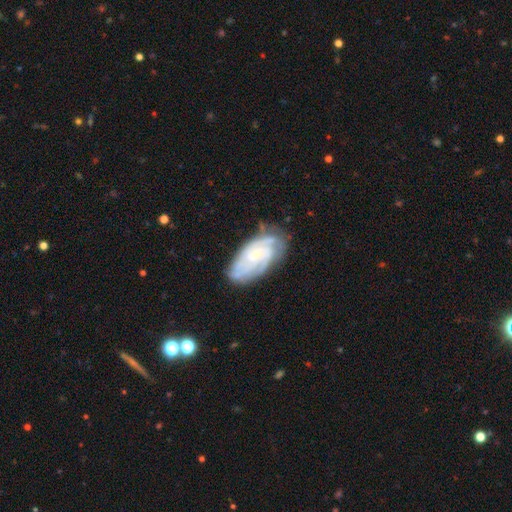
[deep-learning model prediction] Smooth or featured?
  - featured or disk: 80% *
  - smooth: 14%
  - star or artifact: 6%
Edge-on disk?
  - no: 95% *
  - yes: 5%
Bar?
  - no: 65% *
  - weak: 29%
  - strong: 6%
Spiral arms?
  - yes: 95% *
  - no: 5%
Spiral winding?
  - tight: 63% *
  - medium: 31%
  - loose: 7%
Spiral arm count?
  - can't tell: 32% *
  - 3: 25%
  - 4: 19%
  - 2: 14%
  - more than 4: 5%
  - 1: 5%
Bulge size?
  - small: 71% *
  - moderate: 19%
  - none: 8%
  - large: 1%
  - dominant: 1%
Merging?
  - none: 71% *
  - minor disturbance: 21%
  - major disturbance: 6%
  - merger: 2%